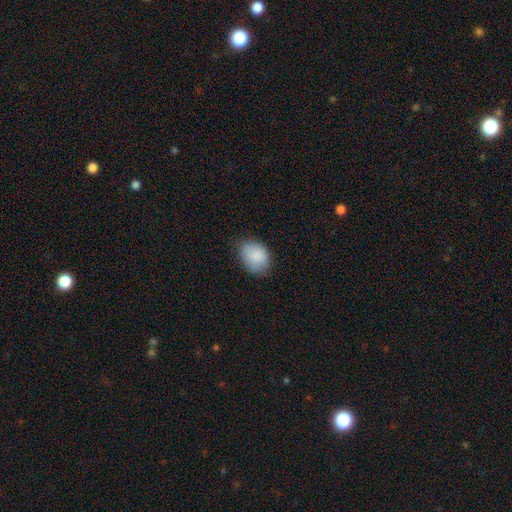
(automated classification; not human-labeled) This appears to be a smooth galaxy with no disk features (87%) that is in between round and cigar-shaped (72%). Merging: none (73%).